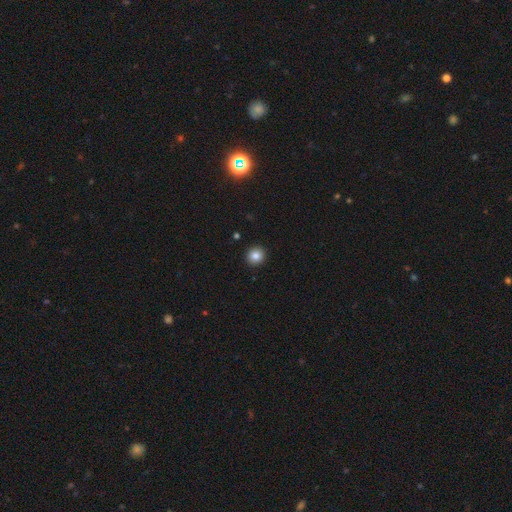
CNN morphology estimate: smooth-or-featured: smooth: 85% | star or artifact: 10% | featured or disk: 5%
  how-rounded: round: 89% | in between: 10% | cigar-shaped: 1%
  merging: none: 92% | minor disturbance: 5% | major disturbance: 2% | merger: 1%